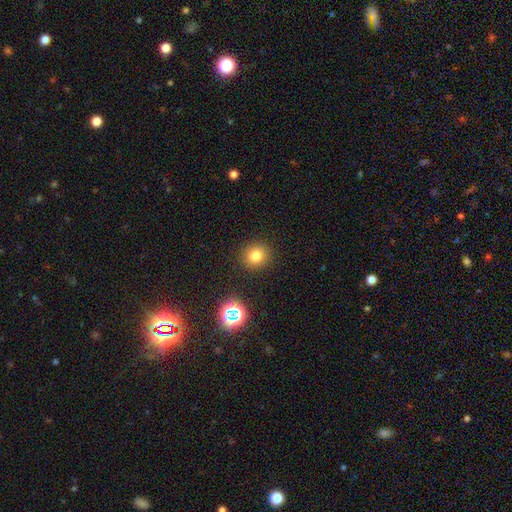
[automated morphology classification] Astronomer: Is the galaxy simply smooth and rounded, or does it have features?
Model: smooth — 77%.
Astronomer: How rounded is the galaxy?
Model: round — 89%.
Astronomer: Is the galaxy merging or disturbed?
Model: none — 90%.